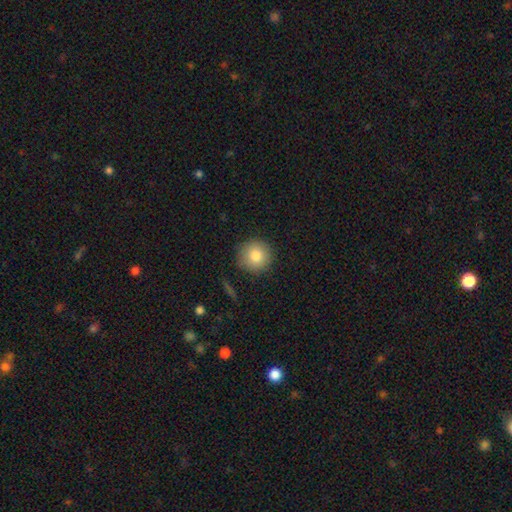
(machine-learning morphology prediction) This appears to be a smooth galaxy with no disk features (81%) that is round (95%). Merging: none (90%).